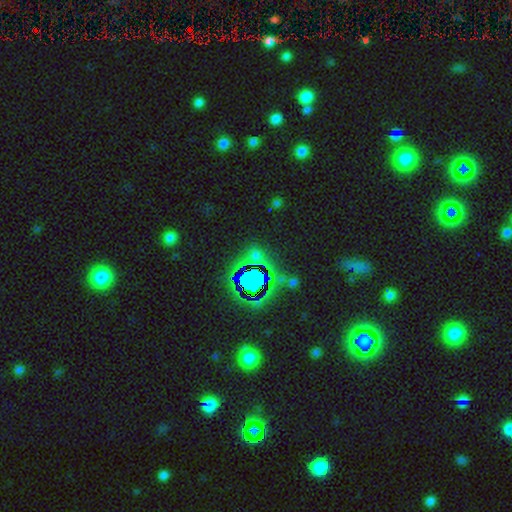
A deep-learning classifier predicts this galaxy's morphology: smooth-or-featured: star or artifact: 71% | smooth: 19% | featured or disk: 10%